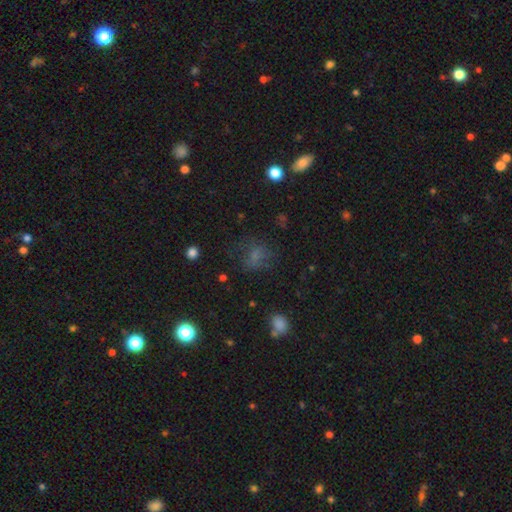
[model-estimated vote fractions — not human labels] smooth-or-featured: smooth: 59% | star or artifact: 23% | featured or disk: 17%
  how-rounded: round: 51% | in between: 47% | cigar-shaped: 2%
  merging: none: 54% | major disturbance: 22% | minor disturbance: 21% | merger: 3%